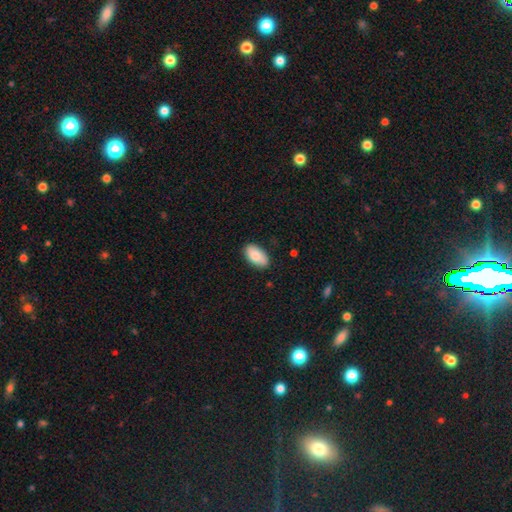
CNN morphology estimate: A smooth galaxy with no disk features (84%) that is in between round and cigar-shaped (95%). Merging: none (84%).